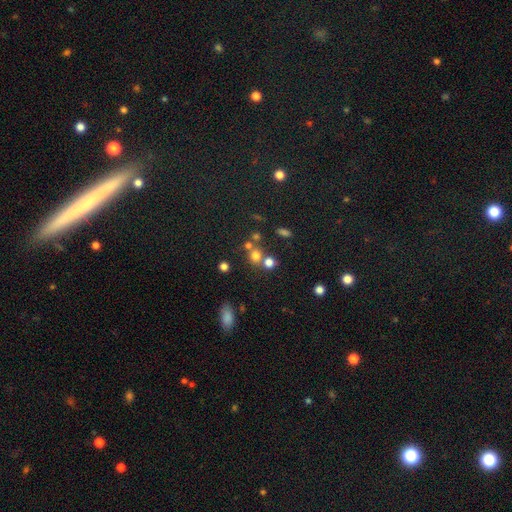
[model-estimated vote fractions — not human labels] Morphology: type=smooth (67%); roundness=round (82%); merging=none (56%).